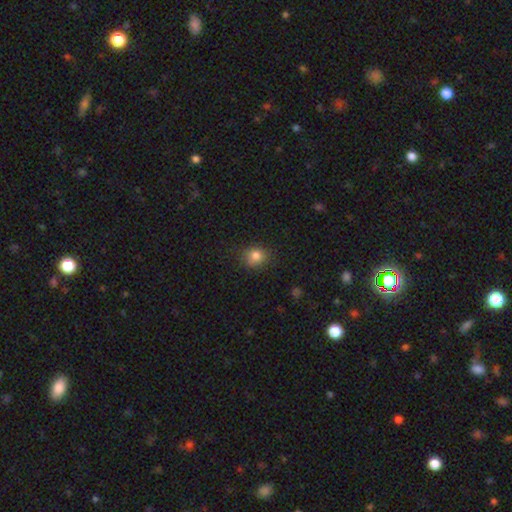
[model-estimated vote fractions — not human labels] Smooth or featured? smooth (83%)
How rounded? round (77%)
Merging? none (84%)